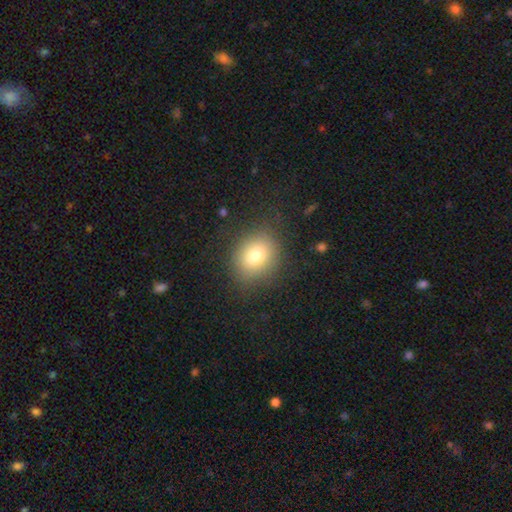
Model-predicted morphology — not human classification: Smooth or featured?
  - smooth: 76% *
  - star or artifact: 12%
  - featured or disk: 12%
How rounded?
  - round: 59% *
  - in between: 40%
  - cigar-shaped: 1%
Merging?
  - none: 82% *
  - minor disturbance: 11%
  - major disturbance: 6%
  - merger: 1%